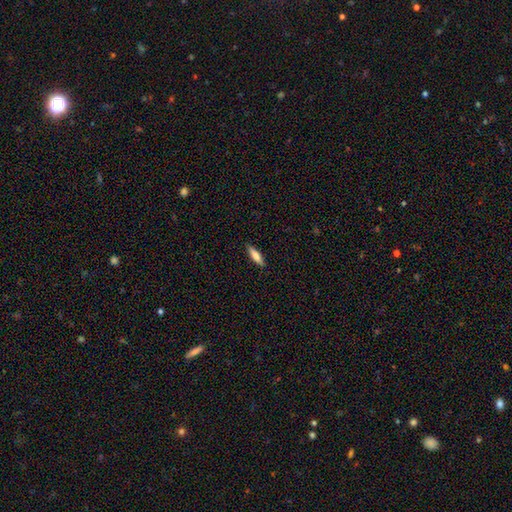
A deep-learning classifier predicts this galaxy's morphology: smooth 70%, featured or disk 24%, star or artifact 6%. Down the decision tree: how rounded — cigar-shaped (66%); merging — none (89%).